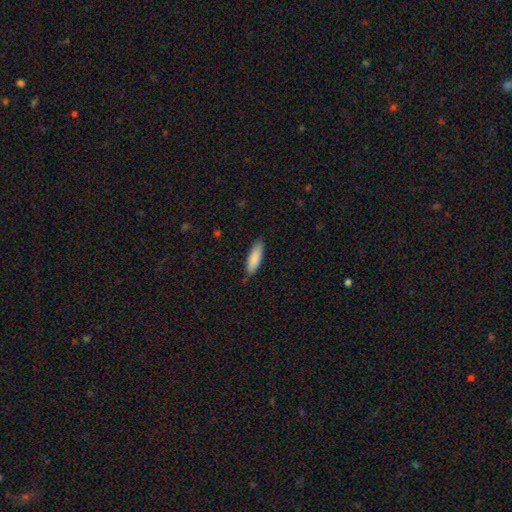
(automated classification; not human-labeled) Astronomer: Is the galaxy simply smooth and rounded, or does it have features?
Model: smooth — 87%.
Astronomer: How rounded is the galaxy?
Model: in between — 53% (runner-up: cigar-shaped, 46%).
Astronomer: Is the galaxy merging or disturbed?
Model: none — 84%.